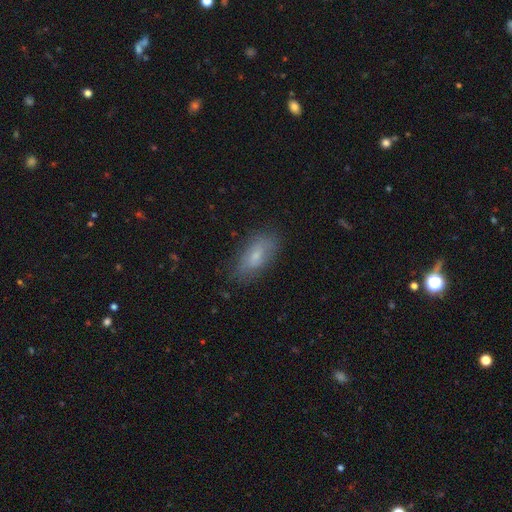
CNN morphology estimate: smooth-or-featured: smooth: 70% | featured or disk: 22% | star or artifact: 8%
  how-rounded: in between: 83% | cigar-shaped: 13% | round: 3%
  merging: none: 75% | minor disturbance: 19% | major disturbance: 5% | merger: 1%